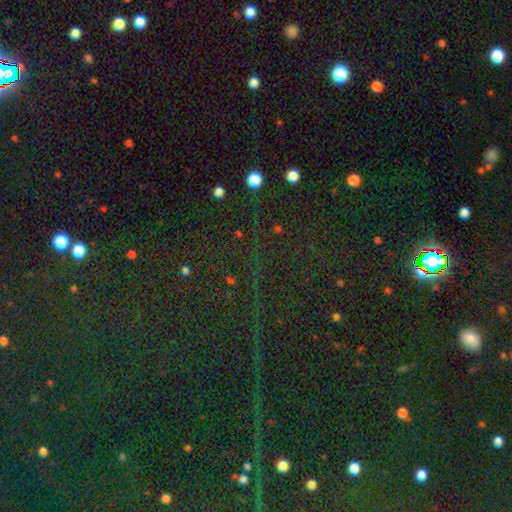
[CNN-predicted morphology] A star or artifact, not a galaxy (84%).

Vote fractions:
- Smooth or featured? star or artifact: 84% / smooth: 9% / featured or disk: 7%